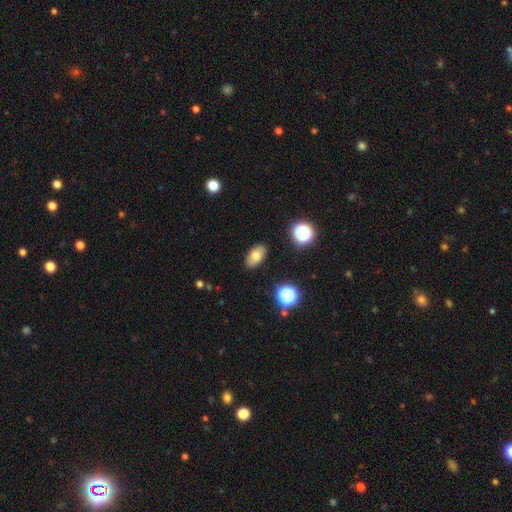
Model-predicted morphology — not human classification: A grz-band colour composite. It shows a smooth galaxy with no disk features (76%) that is in between round and cigar-shaped (90%). Merging: none (87%).